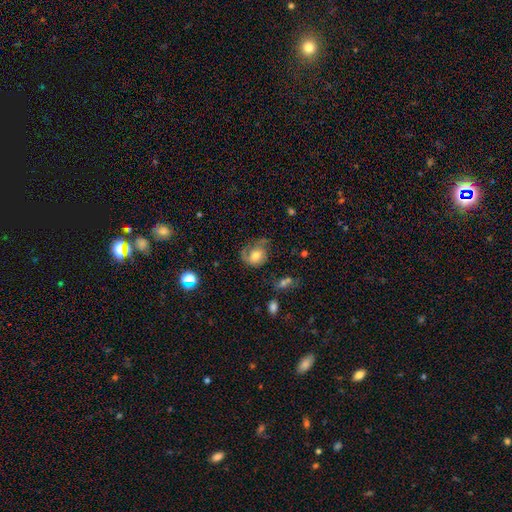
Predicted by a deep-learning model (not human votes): This is possibly a featured or disk galaxy (54%). It is clearly not viewed edge-on (97%). Bar: likely no (69%). Spiral arm pattern: clearly yes (84%). Central bulge: possibly moderate (59%). Merging: possibly none (46%).